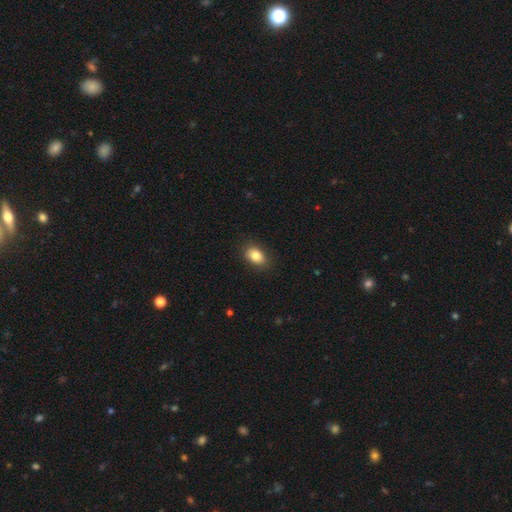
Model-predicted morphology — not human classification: Smooth or featured? Predicted: smooth (p=0.83). How rounded? Predicted: in between (p=0.81). Merging? Predicted: none (p=0.85).